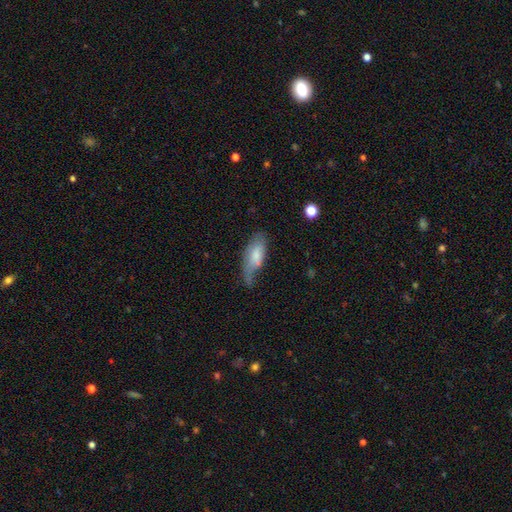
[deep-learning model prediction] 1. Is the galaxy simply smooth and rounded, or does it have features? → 69% smooth, 25% featured or disk, 7% star or artifact.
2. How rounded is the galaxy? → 80% in between, 18% cigar-shaped, 2% round.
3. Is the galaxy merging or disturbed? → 37% minor disturbance, 33% none, 24% major disturbance, 5% merger.